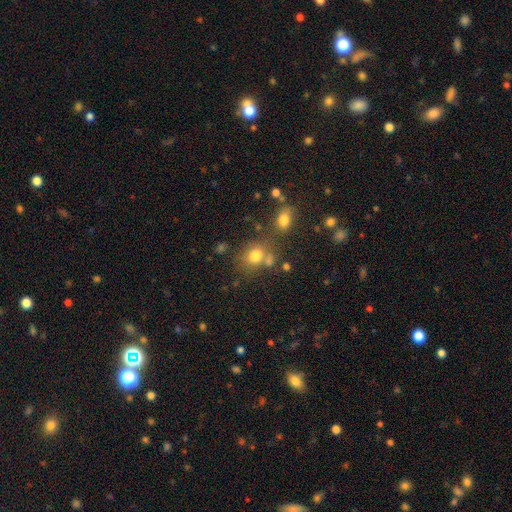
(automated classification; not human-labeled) smooth 76%, star or artifact 14%, featured or disk 10%. Down the decision tree: how rounded — round (67%); merging — none (58%).